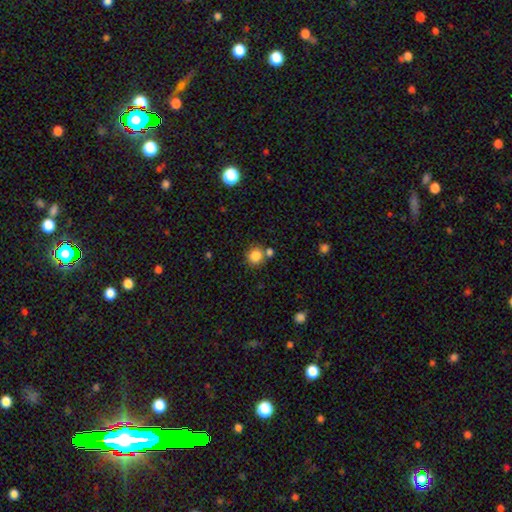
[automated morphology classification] Smooth or featured?
  - smooth: 84% *
  - star or artifact: 11%
  - featured or disk: 5%
How rounded?
  - round: 89% *
  - in between: 10%
  - cigar-shaped: 1%
Merging?
  - none: 69% *
  - merger: 18%
  - minor disturbance: 9%
  - major disturbance: 3%